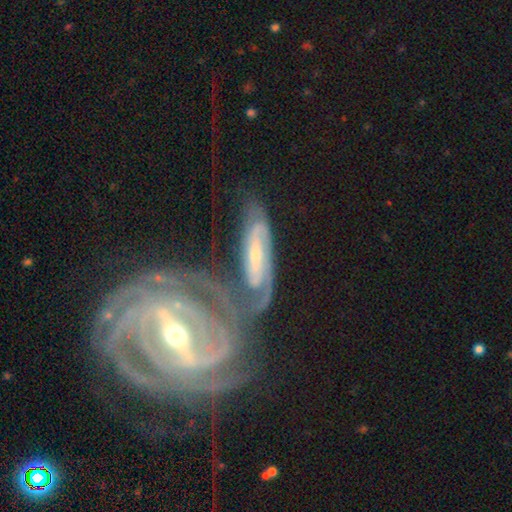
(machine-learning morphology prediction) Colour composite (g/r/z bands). It shows a featured or disk galaxy (80%) with a strong bar (43%), 2 (60%) tight (54%) spiral arms (92%) and a small central bulge (48%). Merging: merger (47%).